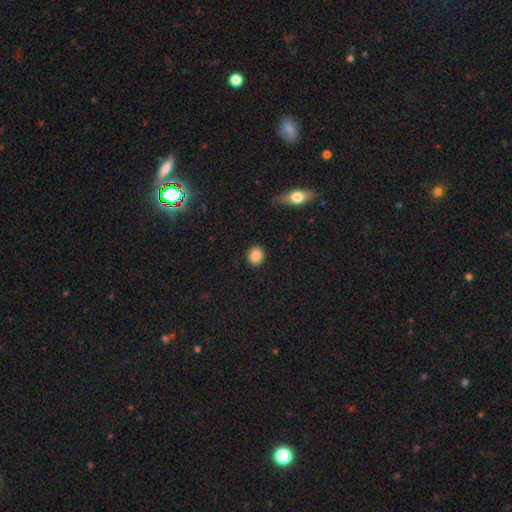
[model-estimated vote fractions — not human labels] Q: Smooth or featured?
A: smooth (87%); runner-up: star or artifact (9%)
Q: How rounded?
A: round (77%); runner-up: in between (22%)
Q: Merging?
A: none (89%); runner-up: minor disturbance (7%)